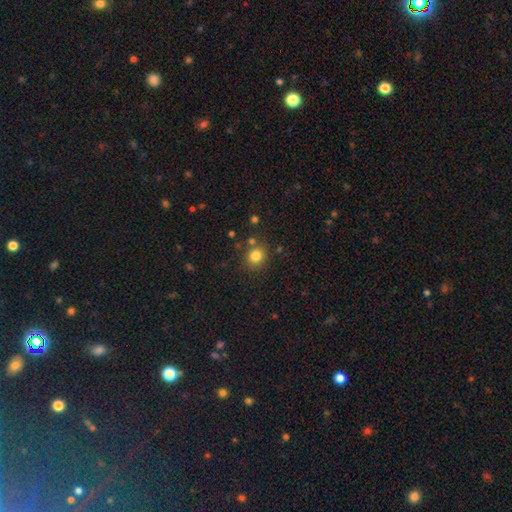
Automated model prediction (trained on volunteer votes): Smooth or featured?
  - smooth: 82% *
  - star or artifact: 13%
  - featured or disk: 6%
How rounded?
  - round: 85% *
  - in between: 14%
  - cigar-shaped: 1%
Merging?
  - none: 81% *
  - minor disturbance: 9%
  - merger: 7%
  - major disturbance: 3%